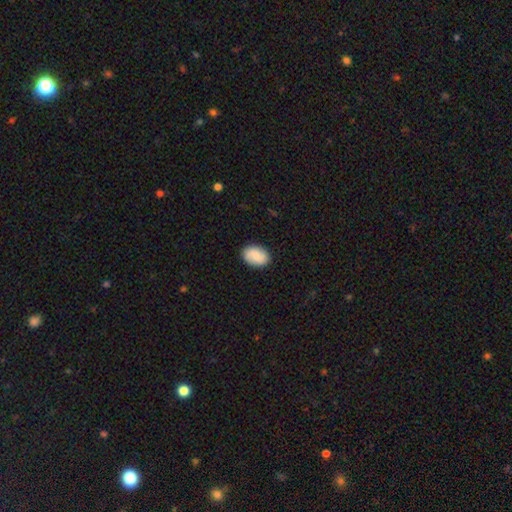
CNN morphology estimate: This is likely a smooth galaxy (79%). How rounded: clearly in between (83%). Merging: clearly none (87%).